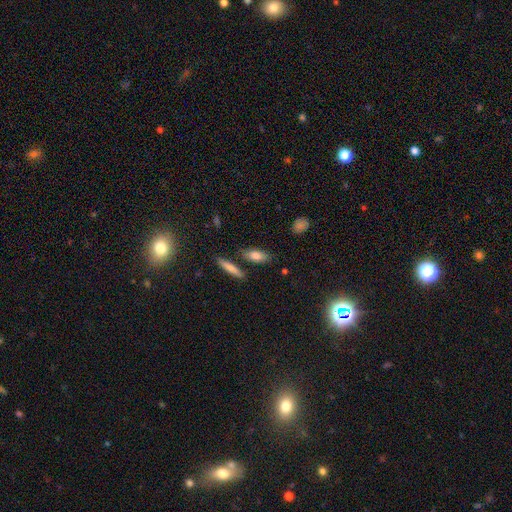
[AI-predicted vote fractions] This appears to be a smooth galaxy with no disk features (79%) that is in between round and cigar-shaped (73%). Merging: none (79%).